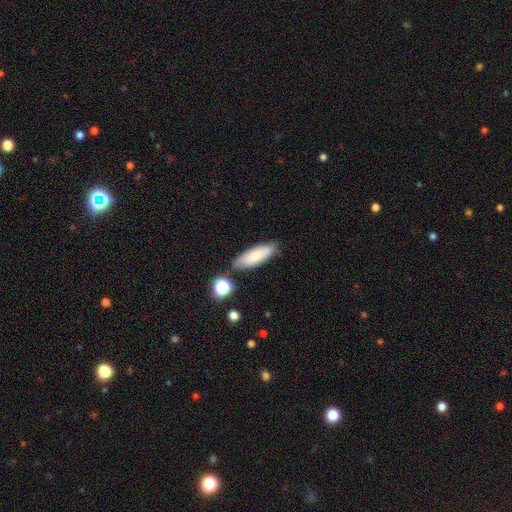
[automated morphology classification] Q: Smooth or featured?
A: smooth (82%); runner-up: featured or disk (11%)
Q: How rounded?
A: in between (54%); runner-up: cigar-shaped (44%)
Q: Merging?
A: none (80%); runner-up: minor disturbance (13%)